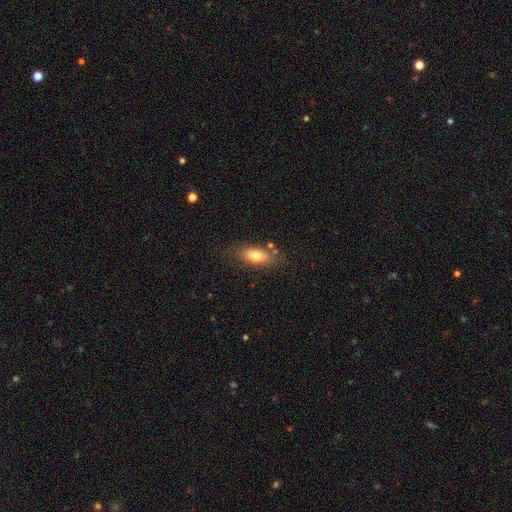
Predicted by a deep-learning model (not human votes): Q: Smooth or featured?
A: smooth (76%); runner-up: featured or disk (16%)
Q: How rounded?
A: in between (82%); runner-up: cigar-shaped (13%)
Q: Merging?
A: none (74%); runner-up: minor disturbance (16%)